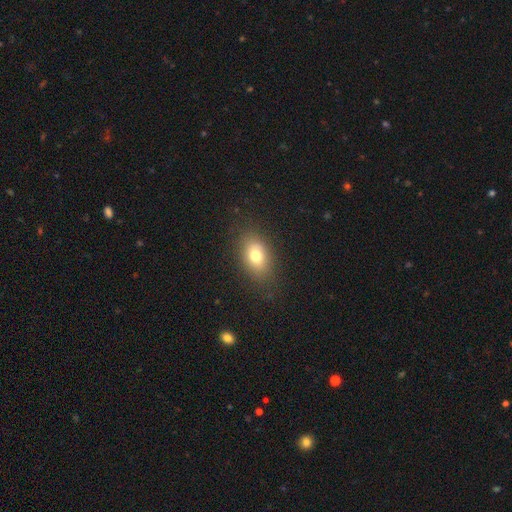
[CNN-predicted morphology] Smooth or featured? smooth (75%)
How rounded? in between (82%)
Merging? none (81%)